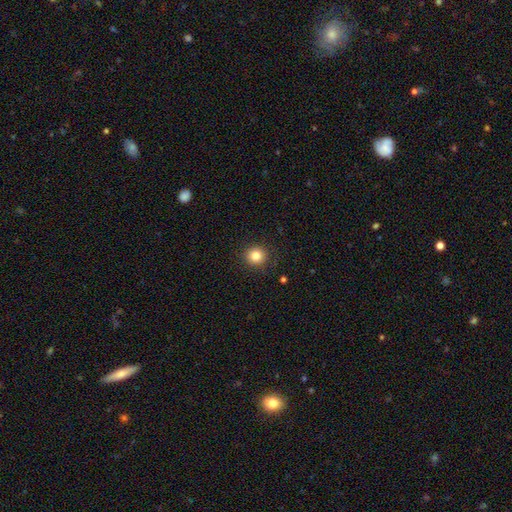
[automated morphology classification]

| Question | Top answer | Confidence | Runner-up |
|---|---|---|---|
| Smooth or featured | smooth | 84% | star or artifact (11%) |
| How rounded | round | 92% | in between (7%) |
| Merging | none | 91% | minor disturbance (6%) |